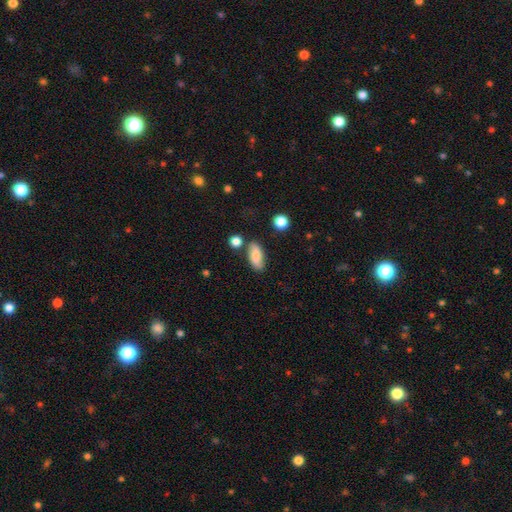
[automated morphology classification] The model was most divided on "merging": none: 74%, minor disturbance: 15%, merger: 7%, major disturbance: 4%. More confident: how rounded — in between (80%); smooth or featured — smooth (75%).